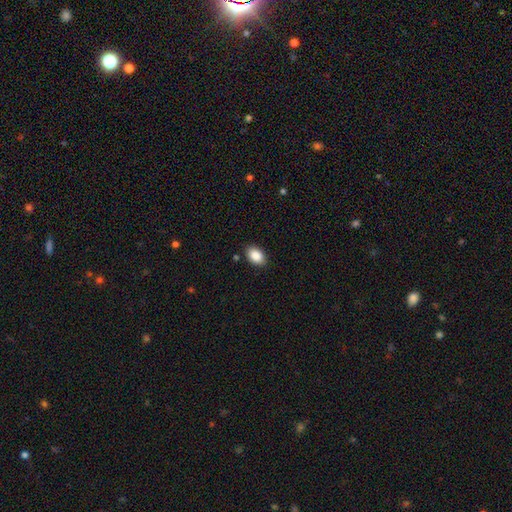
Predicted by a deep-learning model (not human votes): A smooth galaxy with no disk features (88%) that is in between round and cigar-shaped (86%). Merging: none (87%).